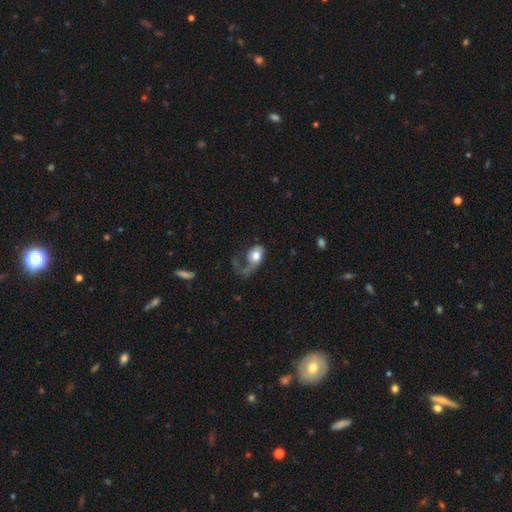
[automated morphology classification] Smooth or featured?
  - smooth: 54% *
  - featured or disk: 38%
  - star or artifact: 7%
How rounded?
  - in between: 65% *
  - round: 33%
  - cigar-shaped: 2%
Merging?
  - major disturbance: 58% *
  - none: 20%
  - minor disturbance: 15%
  - merger: 6%